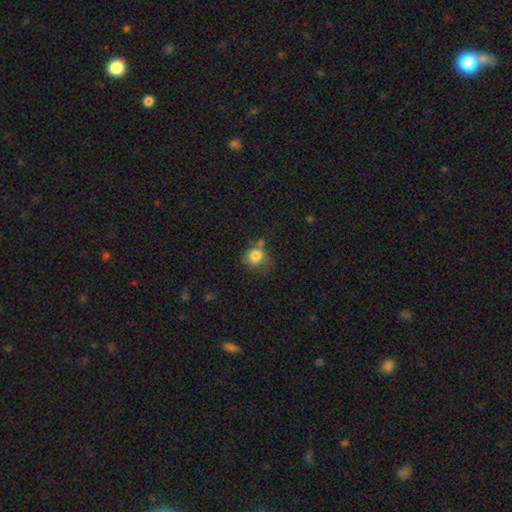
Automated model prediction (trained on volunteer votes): smooth_or_featured: smooth (p=0.80) [alt: featured or disk p=0.11]
how_rounded: round (p=0.80) [alt: in between p=0.19]
merging: none (p=0.43) [alt: minor disturbance p=0.25]